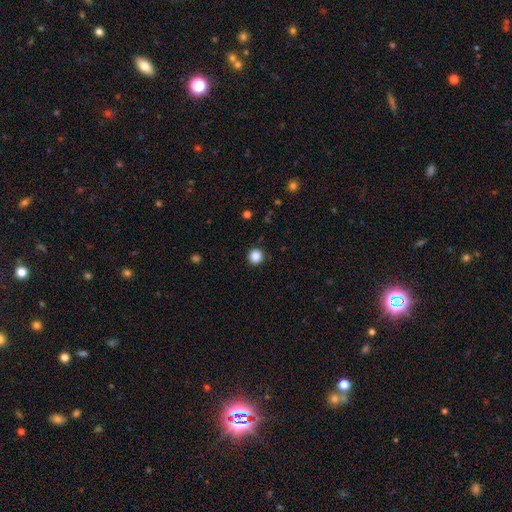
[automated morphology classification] Overall: smooth (86%). How rounded: round (95%). Merging: none (91%).